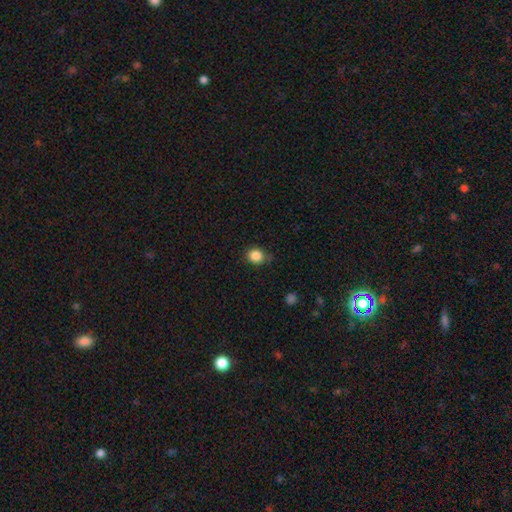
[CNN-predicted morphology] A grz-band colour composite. It shows a smooth galaxy with no disk features (85%) that is round (75%). Merging: none (71%).